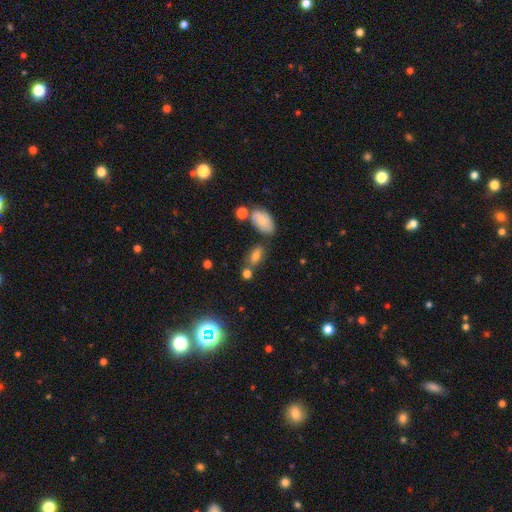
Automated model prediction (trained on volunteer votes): Smooth or featured: smooth — 72% (star or artifact — 14%)
How rounded: in between — 82% (cigar-shaped — 9%)
Merging: none — 60% (minor disturbance — 18%)